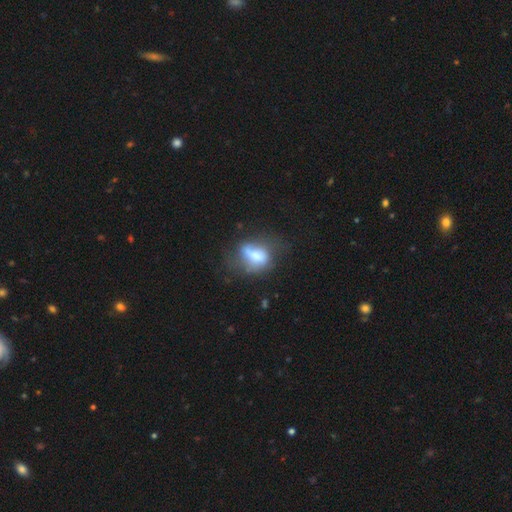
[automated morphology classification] smooth_or_featured: smooth (p=0.56) [alt: featured or disk p=0.33]
how_rounded: in between (p=0.73) [alt: round p=0.23]
merging: none (p=0.31) [tied with: major disturbance p=0.31]